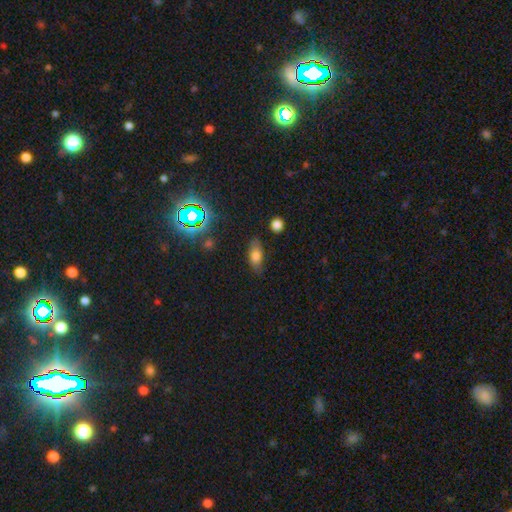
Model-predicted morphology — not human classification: The model was most divided on "smooth or featured": smooth: 71%, featured or disk: 15%, star or artifact: 14%. More confident: how rounded — in between (83%); merging — none (77%).